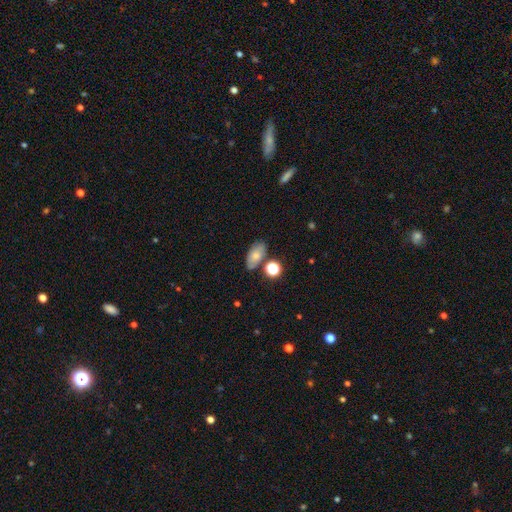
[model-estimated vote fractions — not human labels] This is likely a smooth galaxy (67%). How rounded: clearly in between (87%). Merging: likely none (70%).